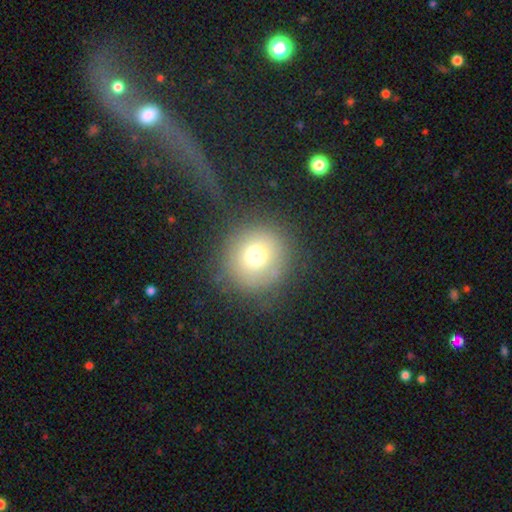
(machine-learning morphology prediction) Smooth or featured?
  - smooth: 71% *
  - star or artifact: 15%
  - featured or disk: 14%
How rounded?
  - round: 94% *
  - in between: 5%
  - cigar-shaped: 1%
Merging?
  - none: 79% *
  - minor disturbance: 11%
  - major disturbance: 8%
  - merger: 2%